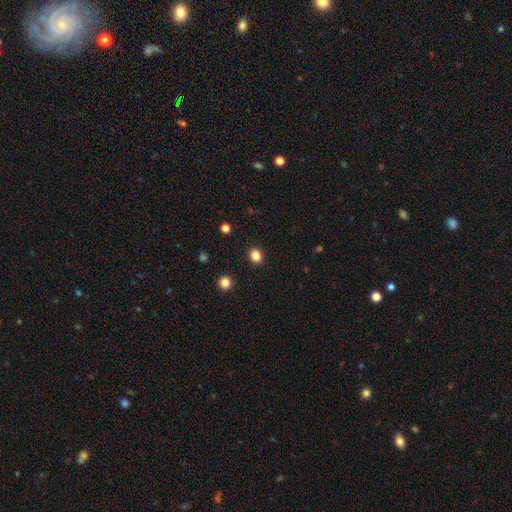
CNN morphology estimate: A smooth galaxy with no disk features (84%) that is round (56%). Merging: none (90%).